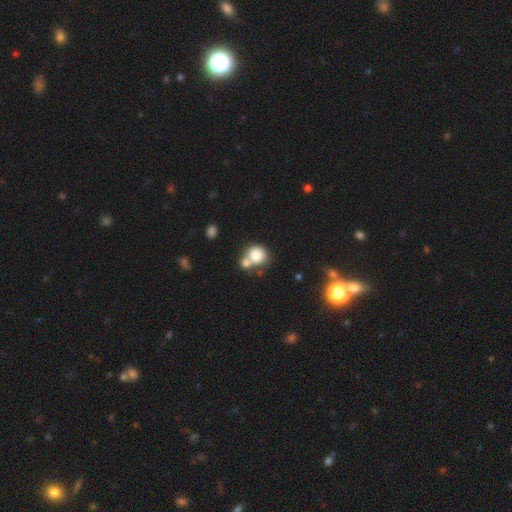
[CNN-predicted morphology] Smooth or featured: smooth — 79% (featured or disk — 12%)
How rounded: round — 84% (in between — 15%)
Merging: merger — 45% (none — 41%)